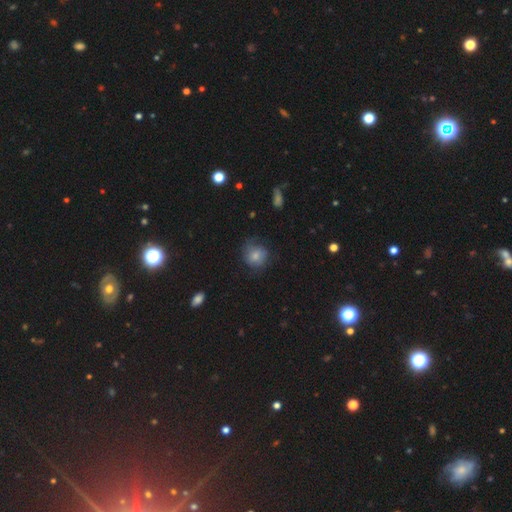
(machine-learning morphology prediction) This appears to be a smooth galaxy with no disk features (71%) that is round (78%). Merging: none (58%).